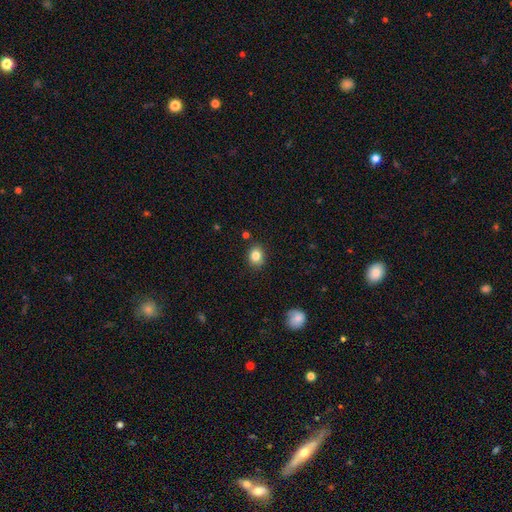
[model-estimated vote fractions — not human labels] A smooth galaxy with no disk features (83%) that is round (57%).

Vote fractions:
- Smooth or featured? smooth: 83% / star or artifact: 10% / featured or disk: 7%
- How rounded? round: 57% / in between: 42% / cigar-shaped: 1%
- Merging? none: 85% / minor disturbance: 10% / merger: 2% / major disturbance: 2%